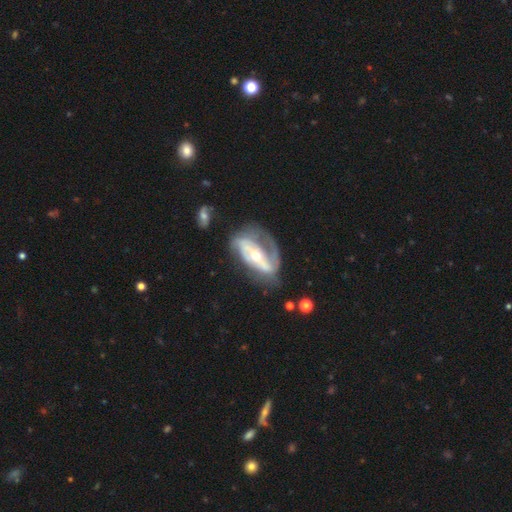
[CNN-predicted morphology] Smooth or featured: featured or disk — 82% (smooth — 13%)
Edge-on disk: no — 94% (yes — 6%)
Bar: strong — 40% (no — 32%)
Spiral arms: yes — 85% (no — 15%)
Spiral winding: medium — 40% (tight — 35%)
Spiral arm count: 2 — 58% (1 — 18%)
Bulge size: moderate — 61% (small — 32%)
Merging: none — 47% (major disturbance — 25%)